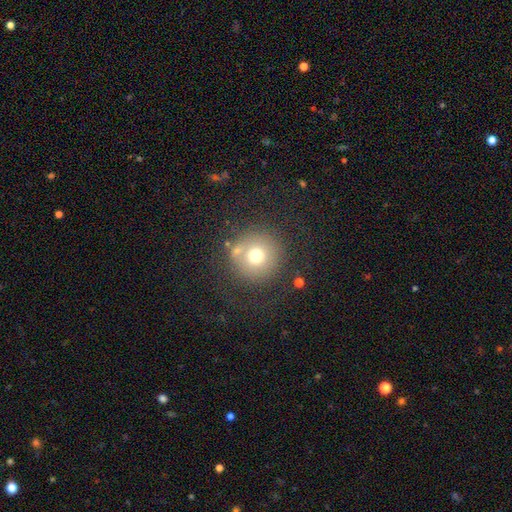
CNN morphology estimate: smooth-or-featured: smooth: 69% | featured or disk: 17% | star or artifact: 15%
  how-rounded: round: 95% | in between: 4% | cigar-shaped: 1%
  merging: none: 73% | minor disturbance: 12% | major disturbance: 9% | merger: 6%